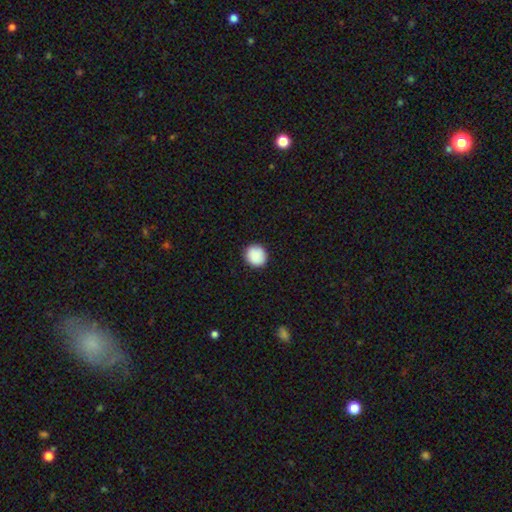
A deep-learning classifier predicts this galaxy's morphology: type=smooth (90%); roundness=round (92%); merging=none (92%).